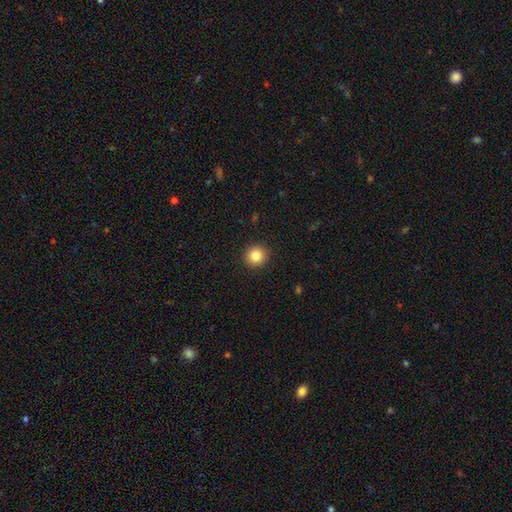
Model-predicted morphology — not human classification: Smooth or featured? smooth (85%)
How rounded? round (92%)
Merging? none (92%)